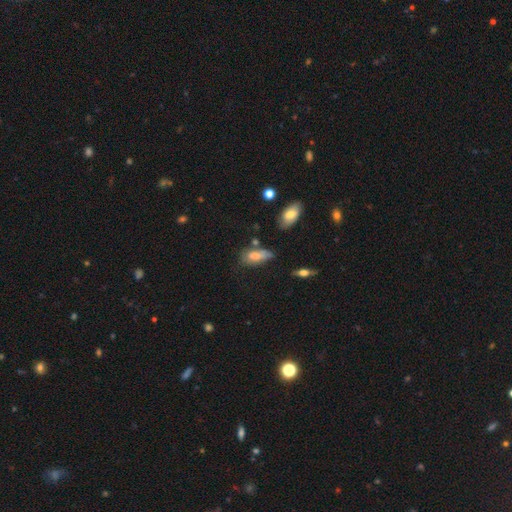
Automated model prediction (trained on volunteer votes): Smooth or featured: smooth — 71% (featured or disk — 21%)
How rounded: in between — 81% (cigar-shaped — 16%)
Merging: none — 45% (minor disturbance — 33%)